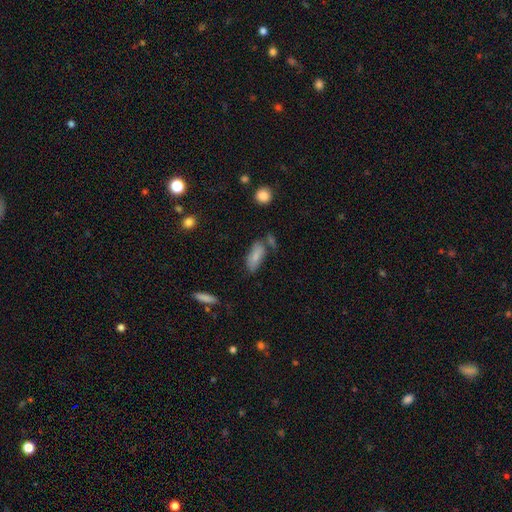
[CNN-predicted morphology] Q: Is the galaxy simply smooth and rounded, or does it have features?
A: smooth — 79%.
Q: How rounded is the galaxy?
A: in between — 83%.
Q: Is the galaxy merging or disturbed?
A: none — 56%.